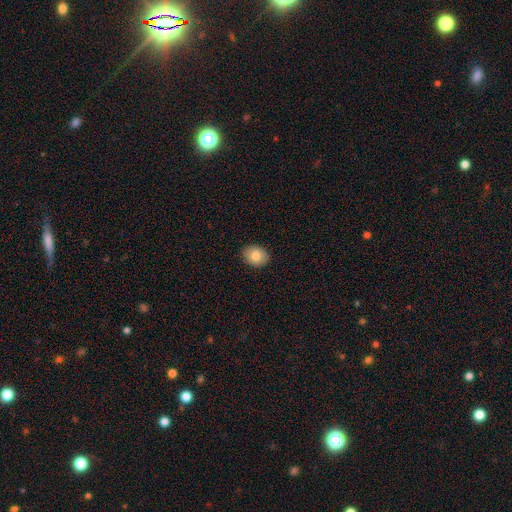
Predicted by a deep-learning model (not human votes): Overall: smooth (81%). How rounded: in between (56%; round 43%). Merging: none (90%).